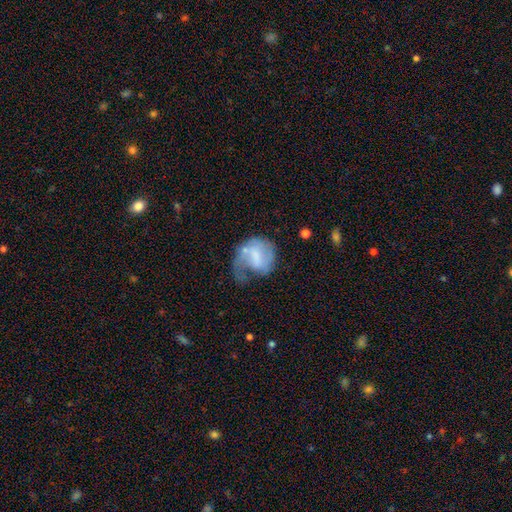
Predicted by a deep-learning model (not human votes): This is possibly a featured or disk galaxy (56%). It is clearly not viewed edge-on (98%). Bar: marginally weak (44%). Spiral arm pattern: likely yes (69%). Central bulge: marginally none (37%). Merging: marginally major disturbance (41%).